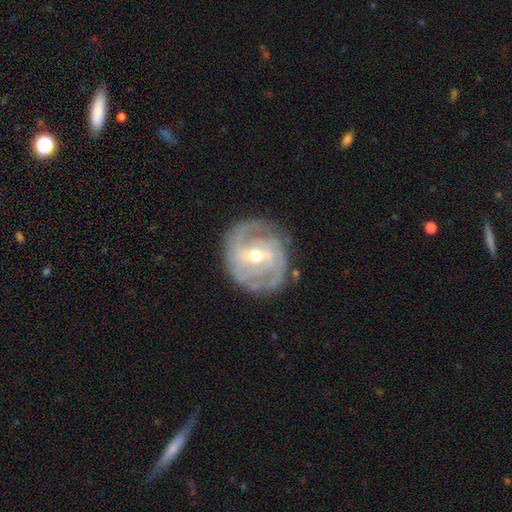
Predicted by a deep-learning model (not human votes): featured or disk 87%, smooth 8%, star or artifact 5%. Down the decision tree: edge-on disk — no (97%); bar — weak (50%); spiral arms — yes (94%); spiral arm count — 2 (48%); spiral winding — tight (51%); bulge size — moderate (61%); merging — none (78%).